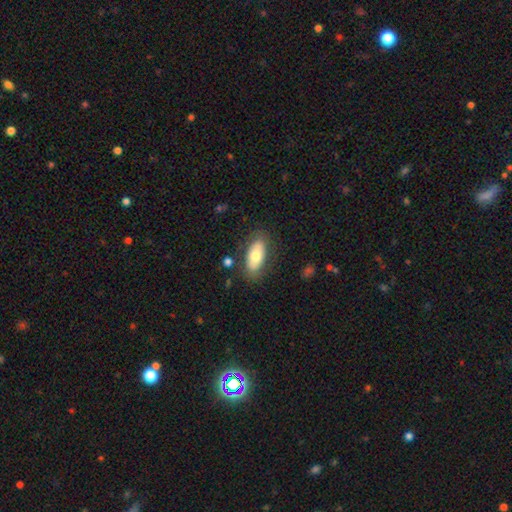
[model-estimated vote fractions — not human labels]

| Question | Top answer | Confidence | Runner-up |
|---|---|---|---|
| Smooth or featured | smooth | 67% | featured or disk (27%) |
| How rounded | in between | 88% | cigar-shaped (9%) |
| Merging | none | 79% | minor disturbance (14%) |